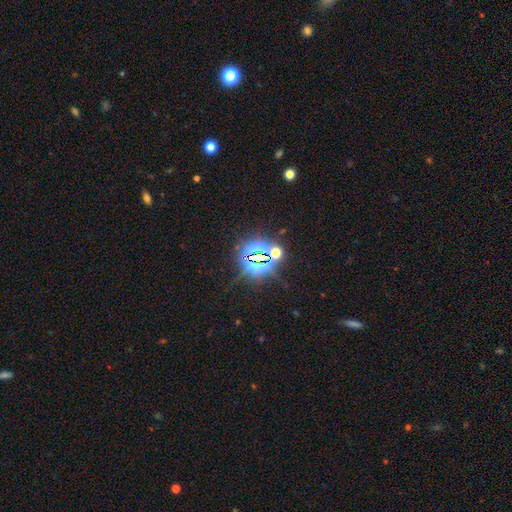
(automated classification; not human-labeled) Smooth or featured? Predicted: star or artifact (p=0.79).